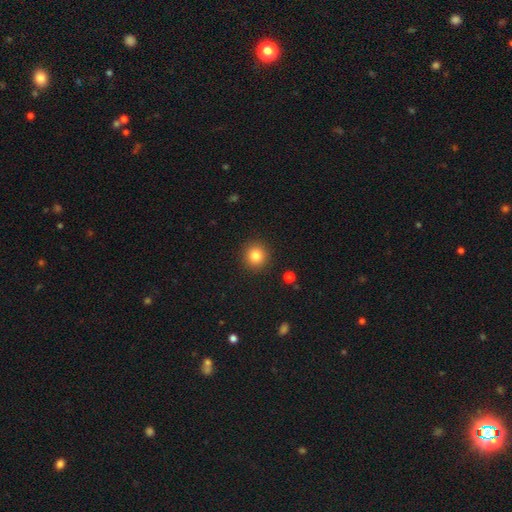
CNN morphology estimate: Smooth or featured?
  - smooth: 83% *
  - star or artifact: 11%
  - featured or disk: 6%
How rounded?
  - round: 91% *
  - in between: 8%
  - cigar-shaped: 1%
Merging?
  - none: 91% *
  - minor disturbance: 6%
  - major disturbance: 2%
  - merger: 1%